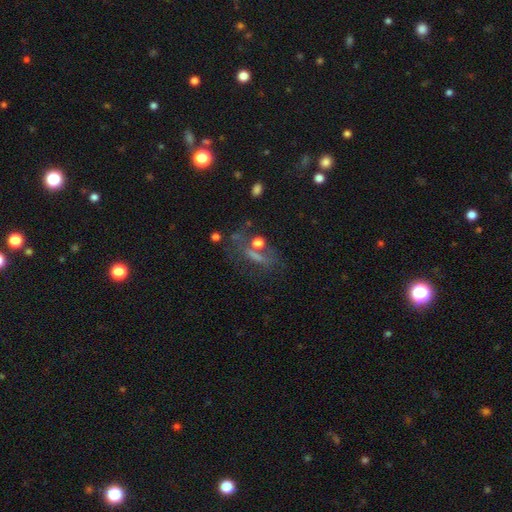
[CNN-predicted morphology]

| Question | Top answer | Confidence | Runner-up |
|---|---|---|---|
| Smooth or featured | featured or disk | 39% | smooth (33%) |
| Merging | none | 48% | major disturbance (22%) |